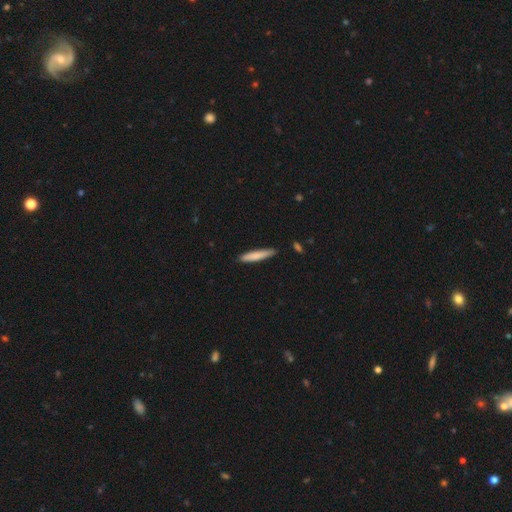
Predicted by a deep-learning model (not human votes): A smooth galaxy with no disk features (79%) that is cigar-shaped (92%).

Vote fractions:
- Smooth or featured? smooth: 79% / featured or disk: 15% / star or artifact: 6%
- How rounded? cigar-shaped: 92% / in between: 7% / round: 1%
- Merging? none: 86% / minor disturbance: 11% / merger: 2% / major disturbance: 2%